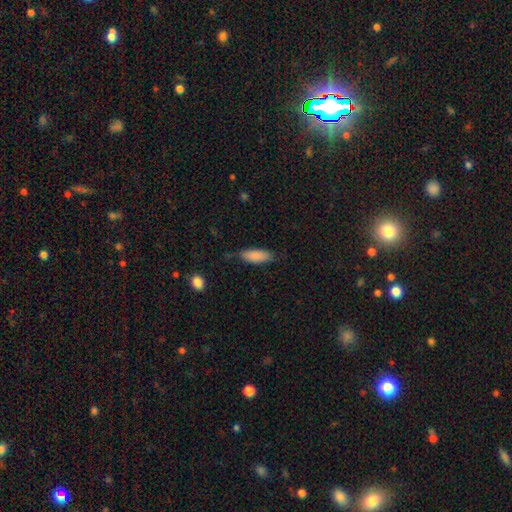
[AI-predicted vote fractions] Smooth or featured? Predicted: smooth (p=0.87). How rounded? Predicted: in between (p=0.67). Merging? Predicted: none (p=0.72).